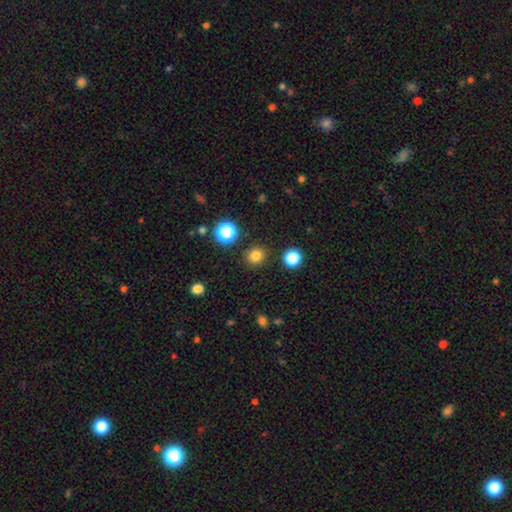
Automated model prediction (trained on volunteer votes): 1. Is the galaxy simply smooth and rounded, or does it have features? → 81% smooth, 15% star or artifact, 4% featured or disk.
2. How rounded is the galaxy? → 87% round, 12% in between, 1% cigar-shaped.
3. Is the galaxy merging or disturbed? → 90% none, 6% minor disturbance, 2% major disturbance, 2% merger.